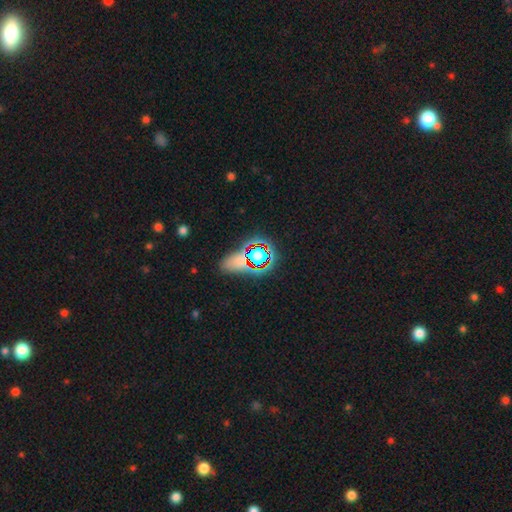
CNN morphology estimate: This appears to be a star or artifact, not a galaxy (51%).